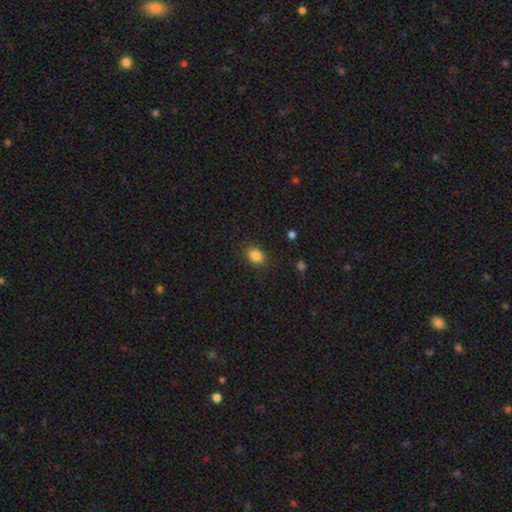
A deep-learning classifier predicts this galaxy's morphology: A smooth galaxy with no disk features (85%) that is in between round and cigar-shaped (58%). Merging: none (86%).